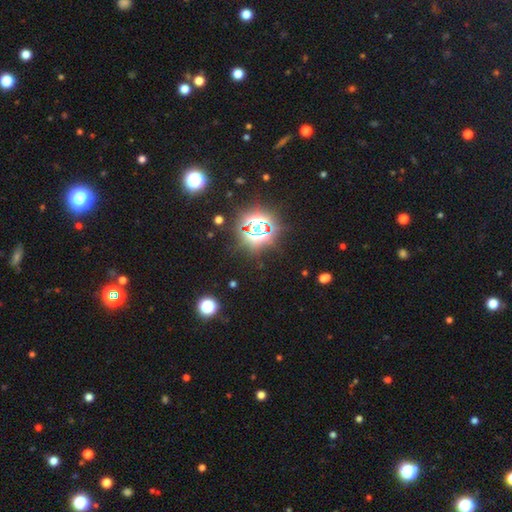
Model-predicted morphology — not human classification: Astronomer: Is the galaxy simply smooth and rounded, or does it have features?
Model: star or artifact — 84%.